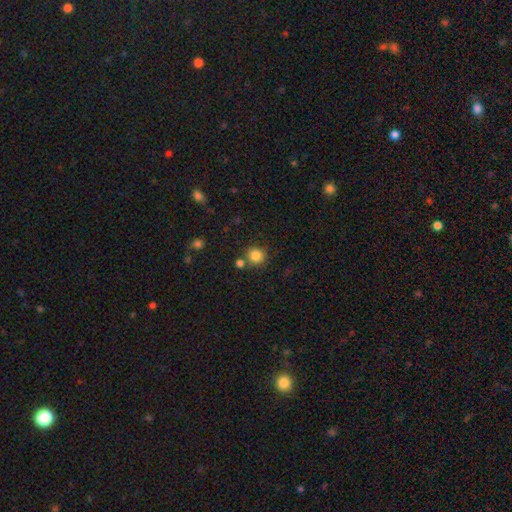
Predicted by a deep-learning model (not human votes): smooth 84%, star or artifact 11%, featured or disk 5%. Down the decision tree: how rounded — round (91%); merging — none (74%).